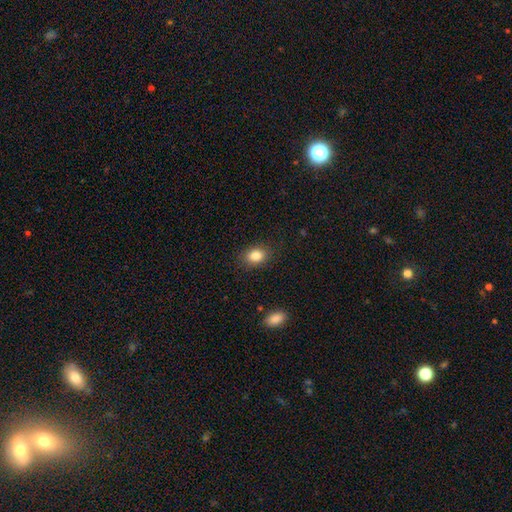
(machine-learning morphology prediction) Smooth or featured?
  - smooth: 84% *
  - star or artifact: 10%
  - featured or disk: 6%
How rounded?
  - in between: 59% *
  - round: 40%
  - cigar-shaped: 1%
Merging?
  - none: 87% *
  - minor disturbance: 9%
  - major disturbance: 3%
  - merger: 1%